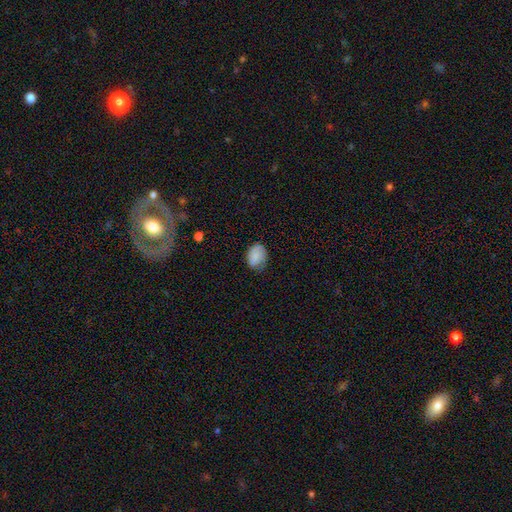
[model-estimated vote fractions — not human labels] This is likely a smooth galaxy (79%). How rounded: likely in between (74%). Merging: likely none (63%).